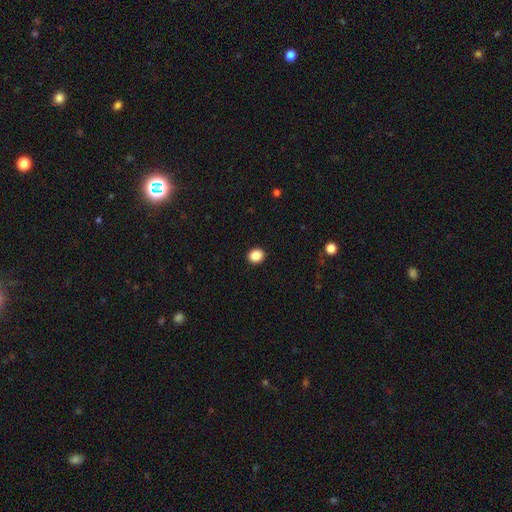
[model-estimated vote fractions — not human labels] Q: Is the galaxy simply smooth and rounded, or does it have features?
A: smooth — 88%.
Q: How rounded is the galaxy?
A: round — 75%.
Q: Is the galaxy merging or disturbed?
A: none — 92%.